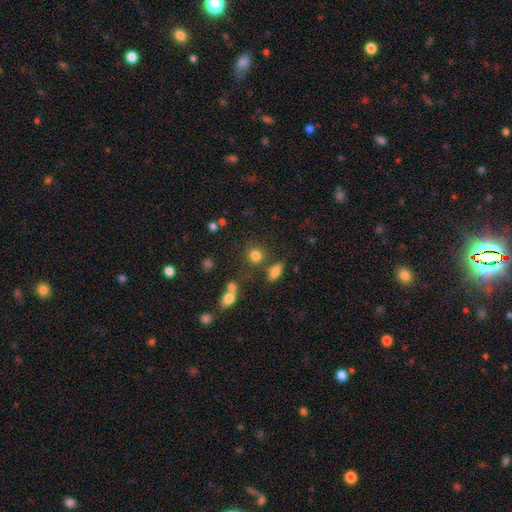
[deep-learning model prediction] This is likely a smooth galaxy (79%). How rounded: clearly round (82%). Merging: likely none (70%).